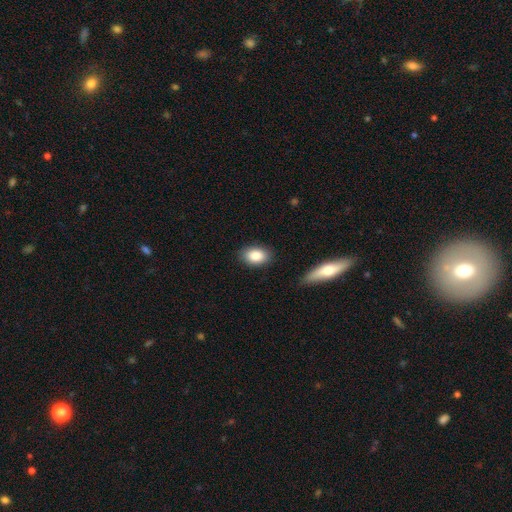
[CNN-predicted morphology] smooth-or-featured: smooth: 86% | star or artifact: 7% | featured or disk: 7%
  how-rounded: in between: 84% | round: 15% | cigar-shaped: 2%
  merging: none: 84% | minor disturbance: 11% | major disturbance: 3% | merger: 2%